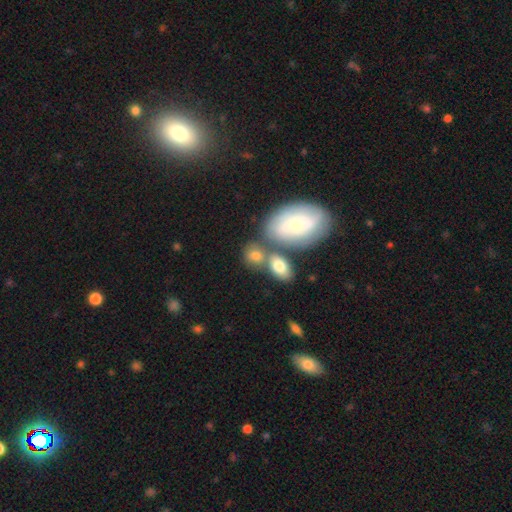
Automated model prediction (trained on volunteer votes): Smooth or featured?
  - smooth: 68% *
  - featured or disk: 22%
  - star or artifact: 9%
How rounded?
  - in between: 56% *
  - round: 41%
  - cigar-shaped: 3%
Merging?
  - none: 48% *
  - merger: 30%
  - minor disturbance: 16%
  - major disturbance: 6%